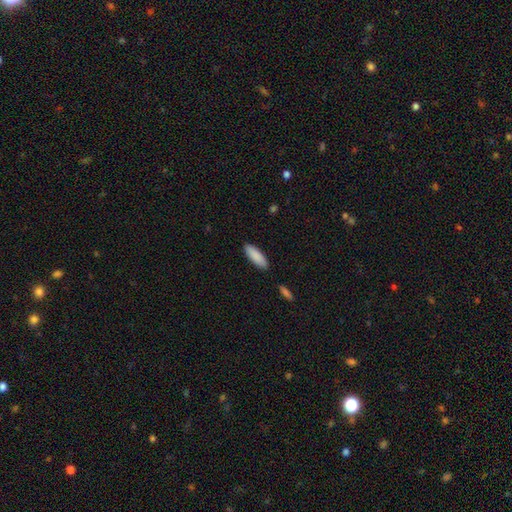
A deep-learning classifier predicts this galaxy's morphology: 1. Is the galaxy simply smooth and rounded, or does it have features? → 89% smooth, 6% featured or disk, 6% star or artifact.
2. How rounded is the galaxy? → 60% in between, 39% cigar-shaped, 2% round.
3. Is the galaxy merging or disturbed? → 88% none, 8% minor disturbance, 2% merger, 2% major disturbance.